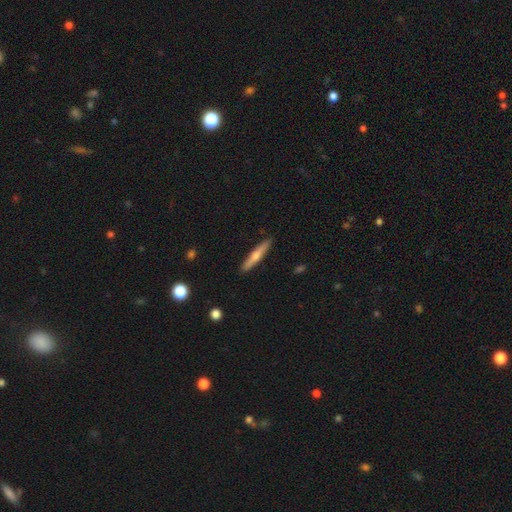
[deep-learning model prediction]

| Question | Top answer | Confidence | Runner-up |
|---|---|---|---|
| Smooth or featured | smooth | 57% | featured or disk (38%) |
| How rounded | cigar-shaped | 93% | in between (6%) |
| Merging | none | 90% | minor disturbance (7%) |